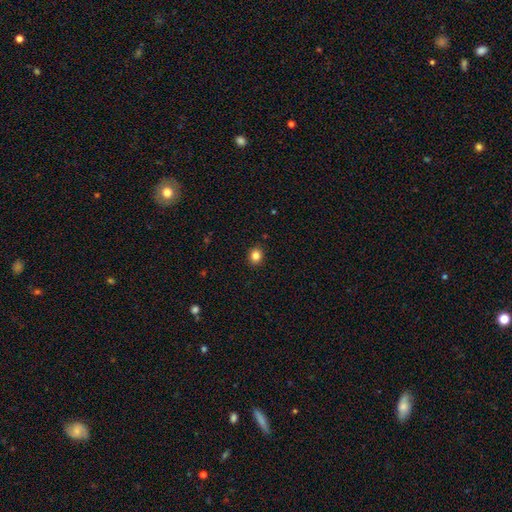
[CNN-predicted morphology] Smooth or featured? smooth (83%)
How rounded? round (74%)
Merging? none (91%)